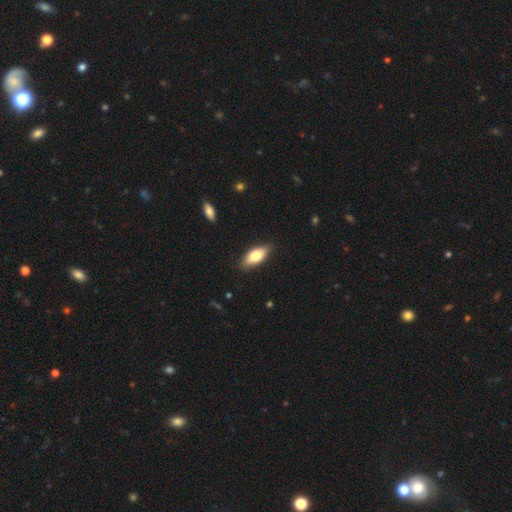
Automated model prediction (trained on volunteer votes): Smooth or featured?
  - smooth: 74% *
  - featured or disk: 20%
  - star or artifact: 6%
How rounded?
  - in between: 81% *
  - cigar-shaped: 16%
  - round: 3%
Merging?
  - none: 85% *
  - minor disturbance: 12%
  - major disturbance: 2%
  - merger: 1%